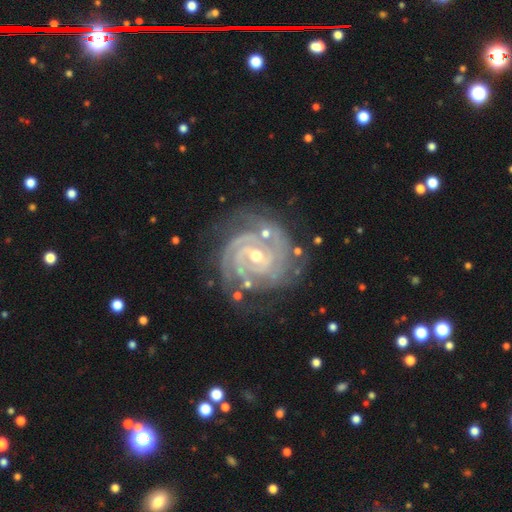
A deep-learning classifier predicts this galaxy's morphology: A featured or disk galaxy (92%) with no bar (43%), 2 (31%) tight (82%) spiral arms (98%) and a small central bulge (53%). Merging: none (71%).